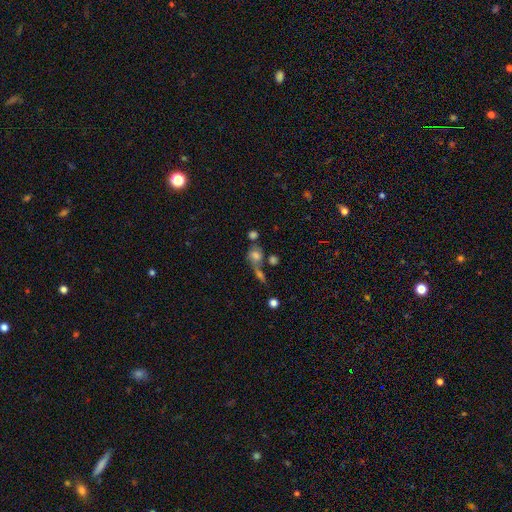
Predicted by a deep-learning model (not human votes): Smooth or featured? Predicted: smooth (p=0.67). How rounded? Predicted: round (p=0.52). Merging? Predicted: merger (p=0.39).